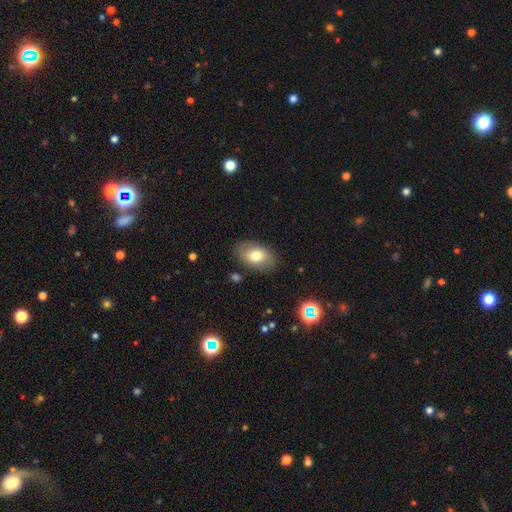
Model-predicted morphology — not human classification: Smooth or featured? Predicted: smooth (p=0.75). How rounded? Predicted: in between (p=0.87). Merging? Predicted: none (p=0.83).